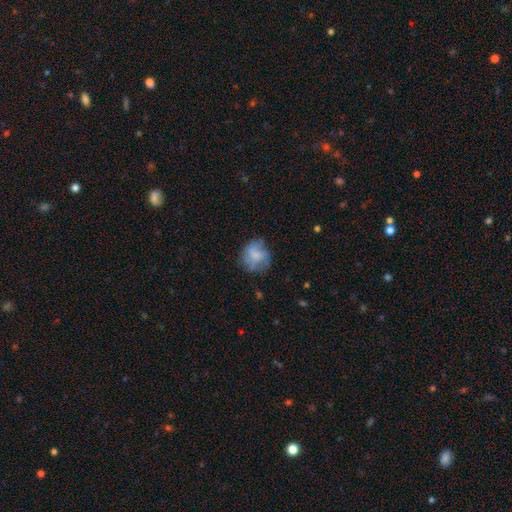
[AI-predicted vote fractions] Smooth or featured? Predicted: smooth (p=0.59). How rounded? Predicted: round (p=0.73). Merging? Predicted: none (p=0.59).